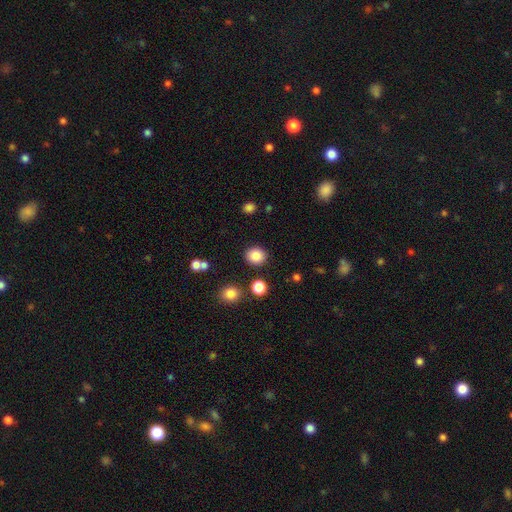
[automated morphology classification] A smooth galaxy with no disk features (85%) that is round (85%). Merging: none (88%).